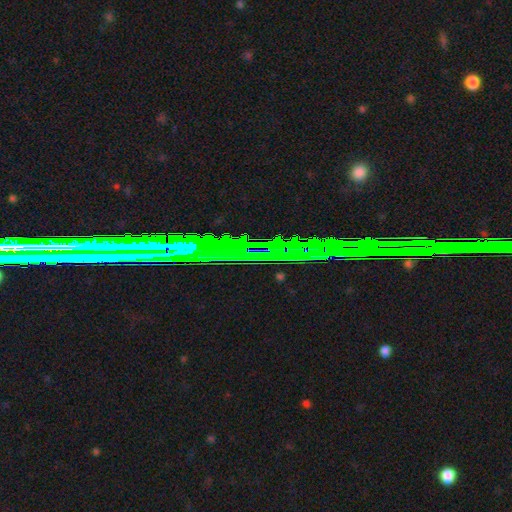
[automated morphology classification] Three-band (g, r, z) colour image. It shows a star or artifact, not a galaxy (75%).